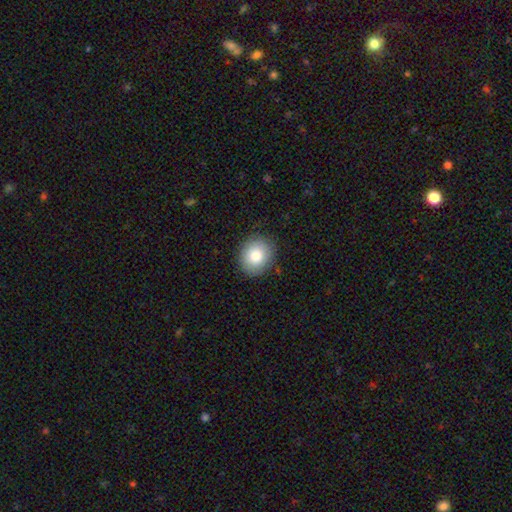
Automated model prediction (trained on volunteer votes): Smooth or featured? smooth (83%)
How rounded? round (69%)
Merging? none (88%)